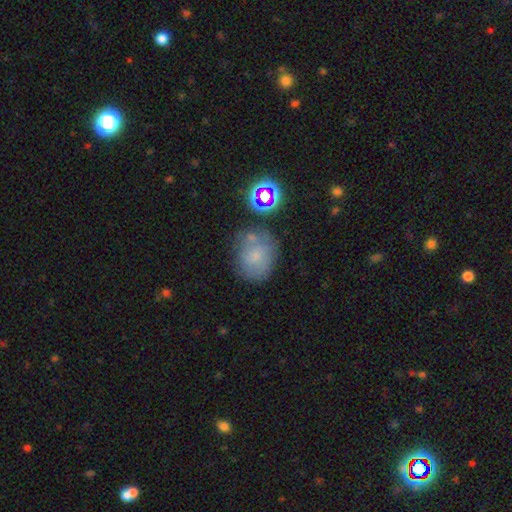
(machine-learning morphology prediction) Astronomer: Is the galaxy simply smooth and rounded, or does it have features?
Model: smooth — 66%.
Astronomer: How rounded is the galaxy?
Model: round — 68%.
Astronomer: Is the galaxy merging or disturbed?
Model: none — 59%.